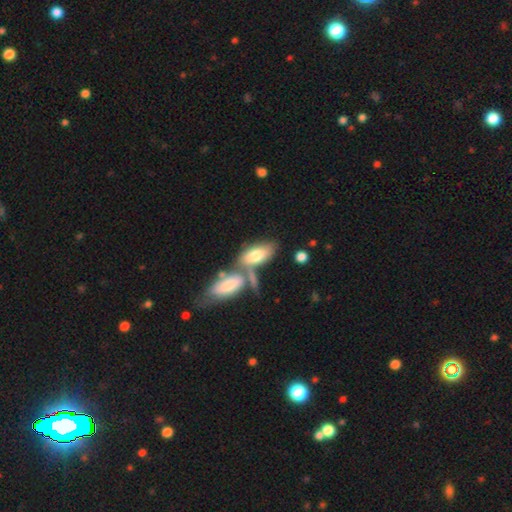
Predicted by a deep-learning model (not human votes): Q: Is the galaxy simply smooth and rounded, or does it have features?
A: smooth — 71%.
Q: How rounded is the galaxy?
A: in between — 86%.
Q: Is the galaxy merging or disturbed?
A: merger — 47%.